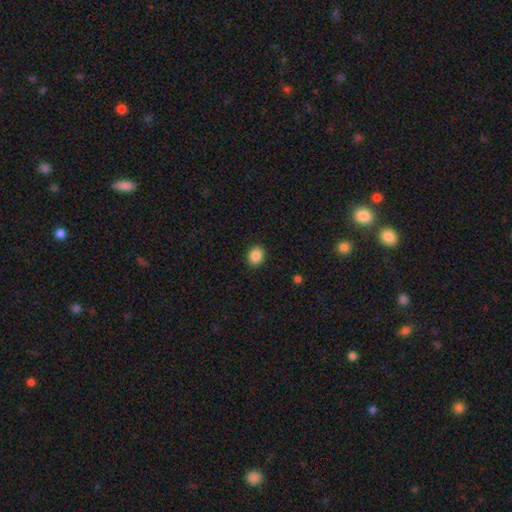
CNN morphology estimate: Overall: smooth (87%). How rounded: round (57%; in between 42%). Merging: none (91%).